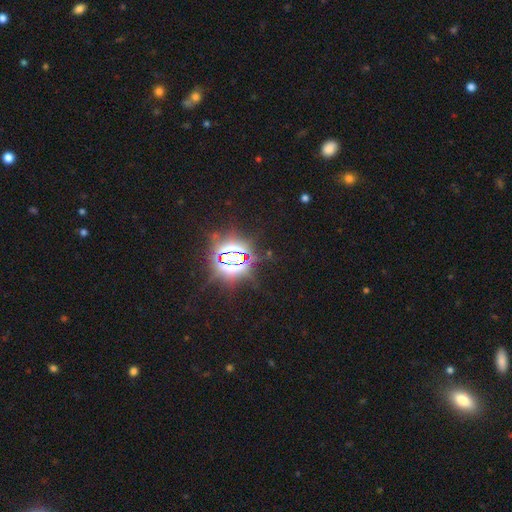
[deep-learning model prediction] star or artifact 85%, smooth 9%, featured or disk 6%.